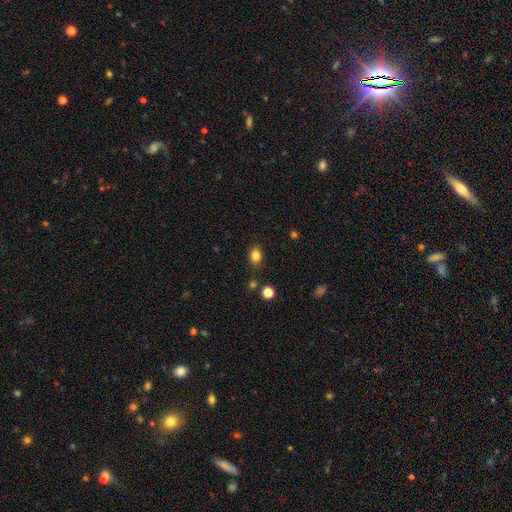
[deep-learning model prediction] smooth-or-featured: smooth: 83% | star or artifact: 12% | featured or disk: 5%
  how-rounded: in between: 68% | round: 31% | cigar-shaped: 1%
  merging: none: 80% | minor disturbance: 13% | merger: 3% | major disturbance: 3%